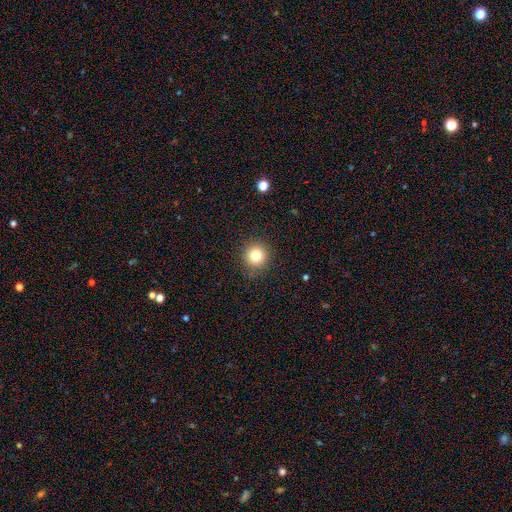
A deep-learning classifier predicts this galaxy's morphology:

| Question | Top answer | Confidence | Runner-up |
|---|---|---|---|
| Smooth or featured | smooth | 82% | star or artifact (11%) |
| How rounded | round | 93% | in between (6%) |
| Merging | none | 87% | minor disturbance (9%) |